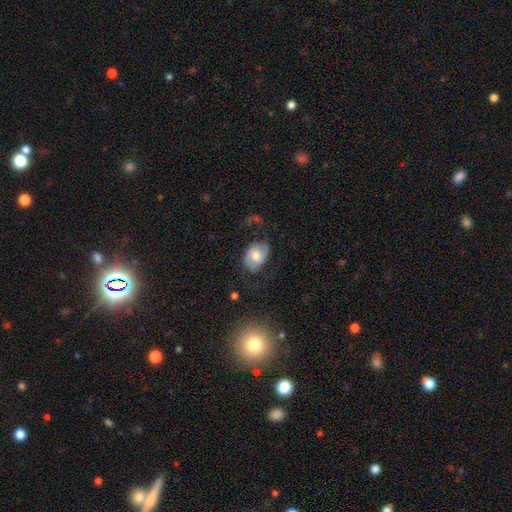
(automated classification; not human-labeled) A featured or disk galaxy (49%). Merging: none (58%).